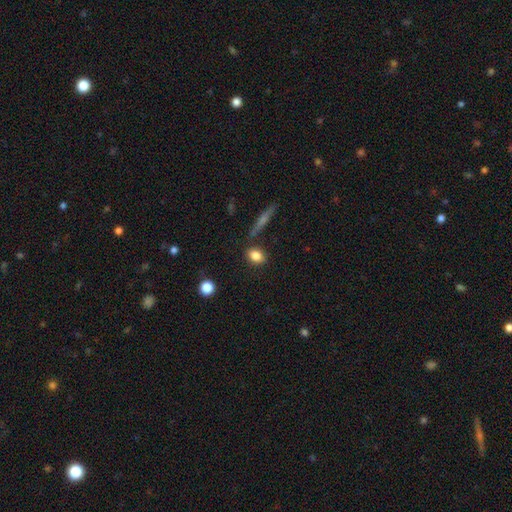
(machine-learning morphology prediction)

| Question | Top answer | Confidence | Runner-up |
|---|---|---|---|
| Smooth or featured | smooth | 84% | star or artifact (9%) |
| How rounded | in between | 64% | round (32%) |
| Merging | none | 80% | minor disturbance (11%) |